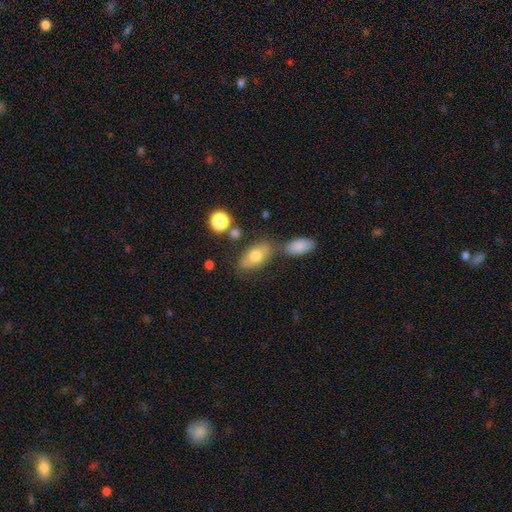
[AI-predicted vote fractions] smooth-or-featured: smooth: 68% | featured or disk: 22% | star or artifact: 10%
  how-rounded: in between: 83% | cigar-shaped: 9% | round: 7%
  merging: none: 66% | merger: 15% | minor disturbance: 15% | major disturbance: 5%